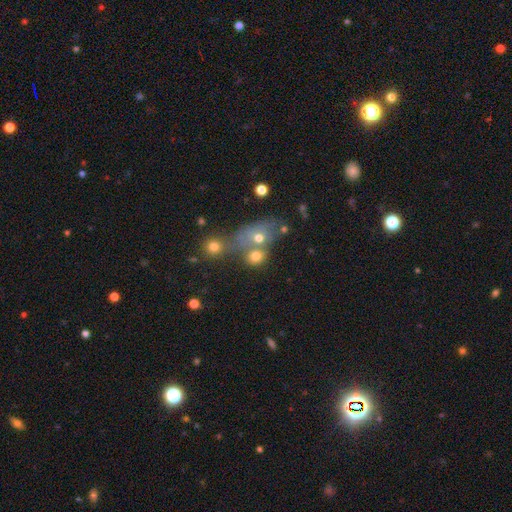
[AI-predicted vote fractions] smooth 70%, star or artifact 15%, featured or disk 15%. Down the decision tree: how rounded — round (69%); merging — merger (43%).